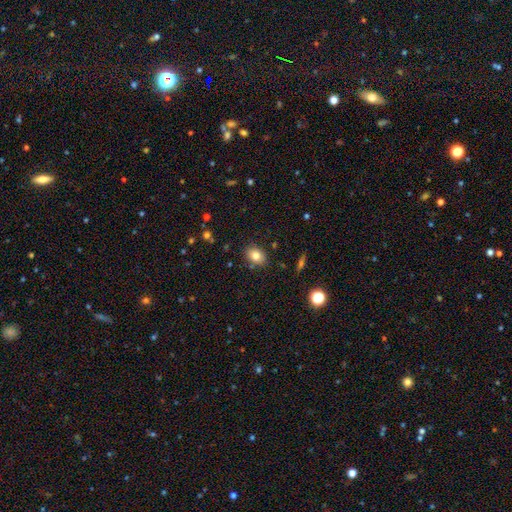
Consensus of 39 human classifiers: A smooth galaxy with no disk features (72%) that is in between round and cigar-shaped (89%).

Vote fractions:
- Smooth or featured? smooth: 72% / featured or disk: 21% / star or artifact: 8%
- How rounded? in between: 89% / round: 11% / cigar-shaped: 0%
- Merging? none: 92% / merger: 8% / minor disturbance: 0% / major disturbance: 0%